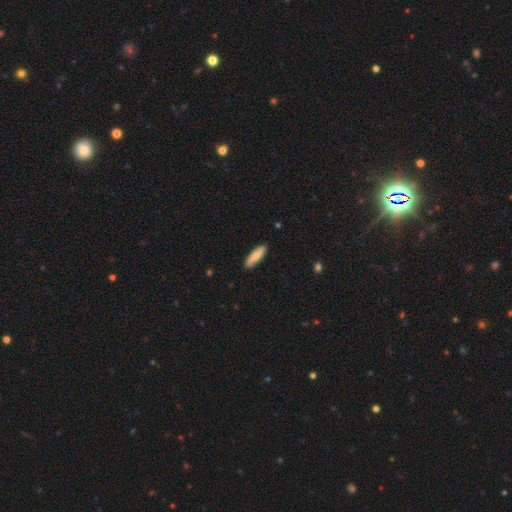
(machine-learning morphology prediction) Smooth or featured: smooth — 81% (featured or disk — 14%)
How rounded: cigar-shaped — 59% (in between — 39%)
Merging: none — 89% (minor disturbance — 8%)